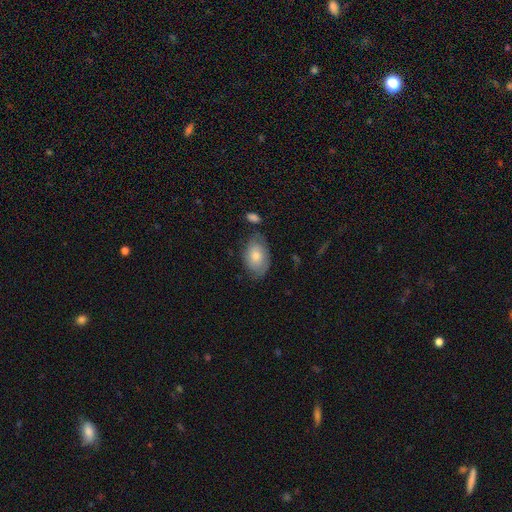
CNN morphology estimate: Smooth or featured: smooth — 59% (featured or disk — 33%)
How rounded: in between — 89% (round — 9%)
Merging: none — 68% (minor disturbance — 21%)